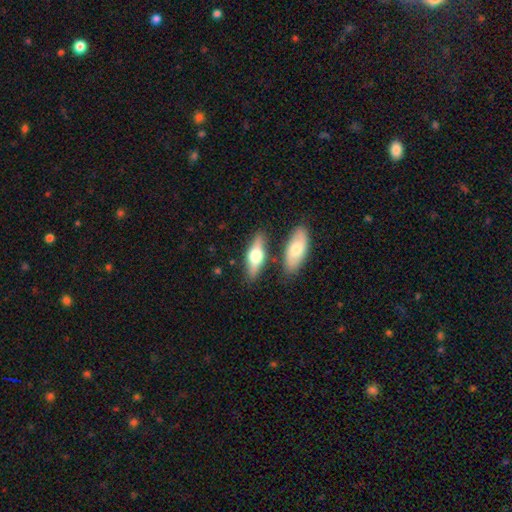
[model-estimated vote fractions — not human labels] smooth_or_featured: smooth (p=0.51) [alt: featured or disk p=0.43]
how_rounded: in between (p=0.61) [alt: cigar-shaped p=0.35]
merging: none (p=0.76) [alt: minor disturbance p=0.12]